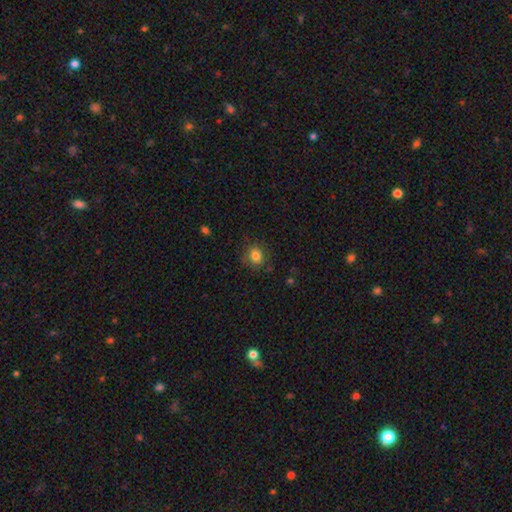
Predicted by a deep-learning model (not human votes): Smooth or featured: smooth — 83% (star or artifact — 11%)
How rounded: round — 71% (in between — 28%)
Merging: none — 81% (minor disturbance — 14%)